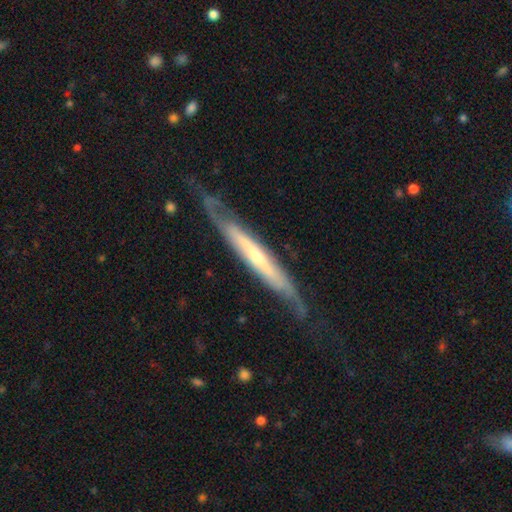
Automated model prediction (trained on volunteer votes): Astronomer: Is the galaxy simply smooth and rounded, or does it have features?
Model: featured or disk — 78%.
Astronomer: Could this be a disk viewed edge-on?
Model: yes — 68%.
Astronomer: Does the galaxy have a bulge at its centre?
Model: rounded — 55% (runner-up: none, 39%).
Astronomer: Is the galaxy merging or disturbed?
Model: none — 65%.